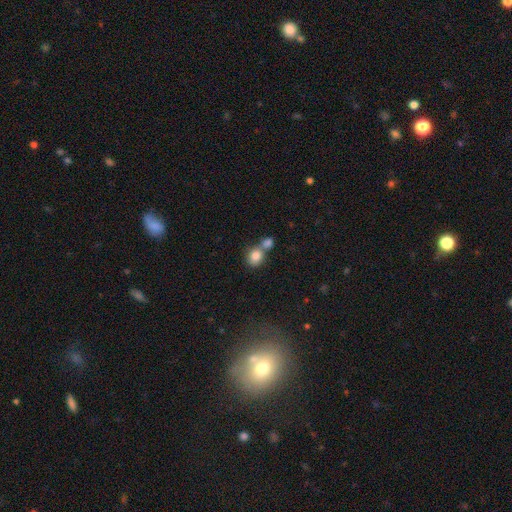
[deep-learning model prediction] This is clearly a smooth galaxy (83%). How rounded: likely round (69%). Merging: possibly merger (48%).